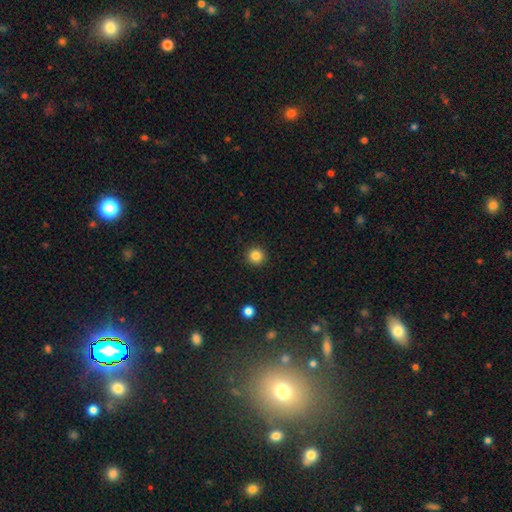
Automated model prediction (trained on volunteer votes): Smooth or featured: smooth — 85% (star or artifact — 11%)
How rounded: round — 95% (in between — 4%)
Merging: none — 92% (minor disturbance — 5%)